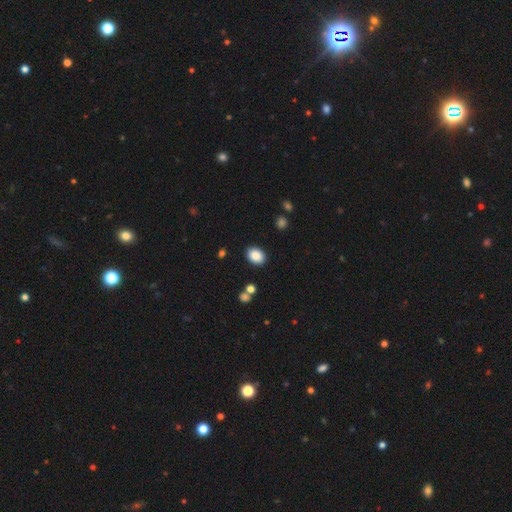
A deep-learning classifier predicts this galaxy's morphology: Smooth or featured?
  - smooth: 87% *
  - star or artifact: 8%
  - featured or disk: 4%
How rounded?
  - in between: 71% *
  - round: 28%
  - cigar-shaped: 1%
Merging?
  - none: 87% *
  - minor disturbance: 8%
  - major disturbance: 2%
  - merger: 2%